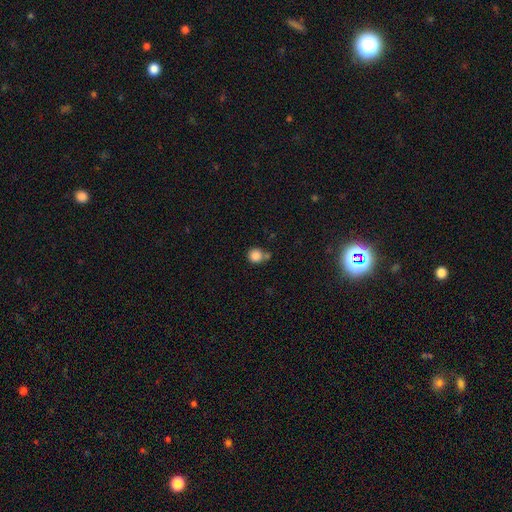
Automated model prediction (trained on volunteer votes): A smooth galaxy with no disk features (85%) that is round (91%). Merging: none (61%).